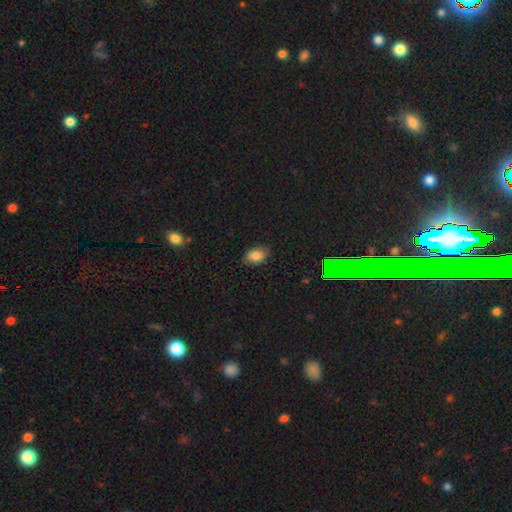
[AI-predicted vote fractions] Q: Smooth or featured?
A: smooth (85%); runner-up: star or artifact (10%)
Q: How rounded?
A: in between (88%); runner-up: round (10%)
Q: Merging?
A: none (81%); runner-up: minor disturbance (15%)